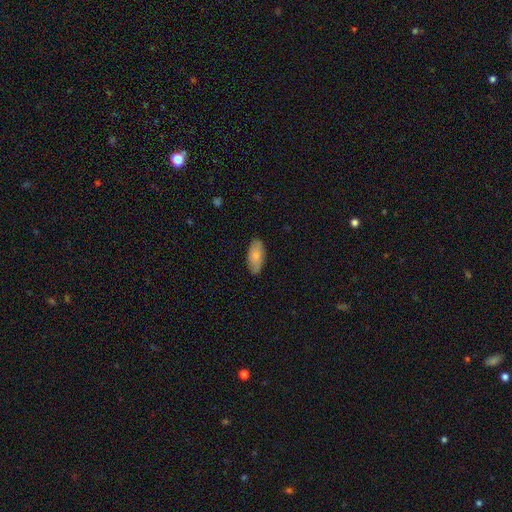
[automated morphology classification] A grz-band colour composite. It shows a smooth galaxy with no disk features (79%) that is in between round and cigar-shaped (89%). Merging: none (85%).